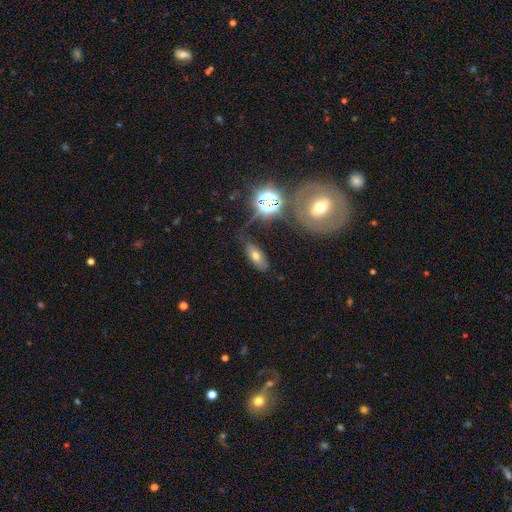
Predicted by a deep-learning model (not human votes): The model was most divided on "smooth or featured": smooth: 58%, featured or disk: 22%, star or artifact: 20%. More confident: how rounded — in between (77%); merging — none (76%).